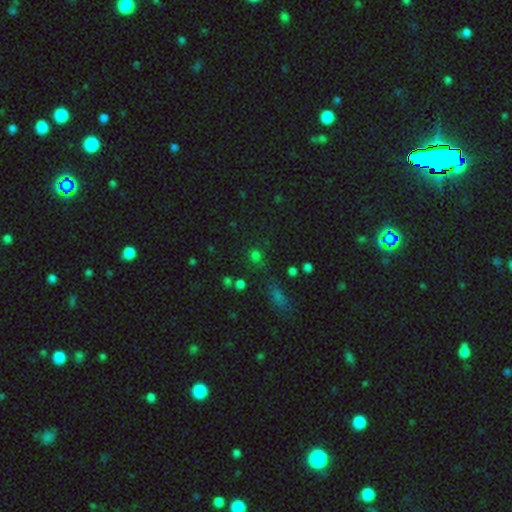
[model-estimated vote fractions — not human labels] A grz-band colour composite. It shows a smooth galaxy with no disk features (67%) that is round (84%). Merging: none (74%).